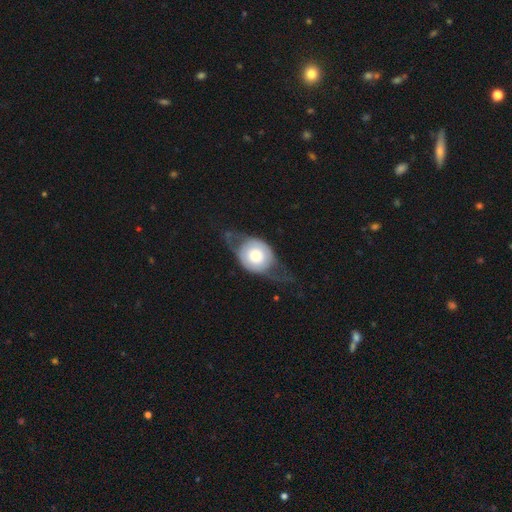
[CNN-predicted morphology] type=featured or disk (52%); edge-on=no (69%); merging=none (42%).